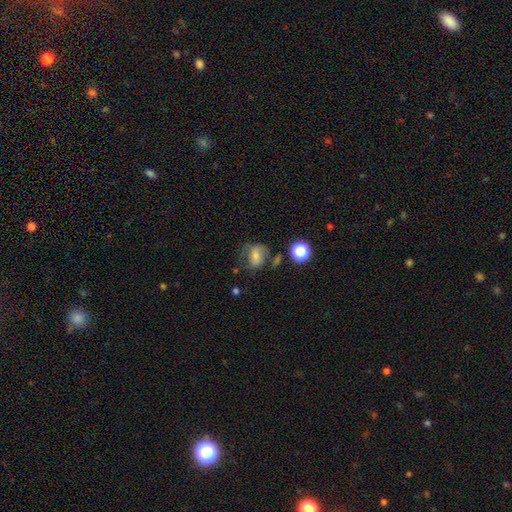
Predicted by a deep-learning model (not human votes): smooth 49%, featured or disk 36%, star or artifact 15%. Down the decision tree: merging — none (48%).